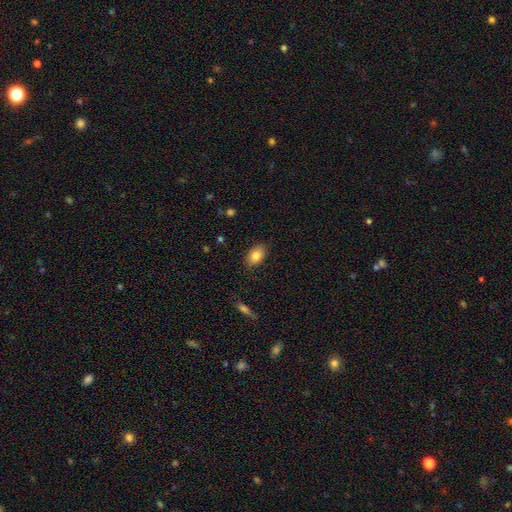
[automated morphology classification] A smooth galaxy with no disk features (84%) that is in between round and cigar-shaped (87%).

Vote fractions:
- Smooth or featured? smooth: 84% / star or artifact: 8% / featured or disk: 8%
- How rounded? in between: 87% / round: 12% / cigar-shaped: 2%
- Merging? none: 84% / minor disturbance: 12% / major disturbance: 3% / merger: 1%